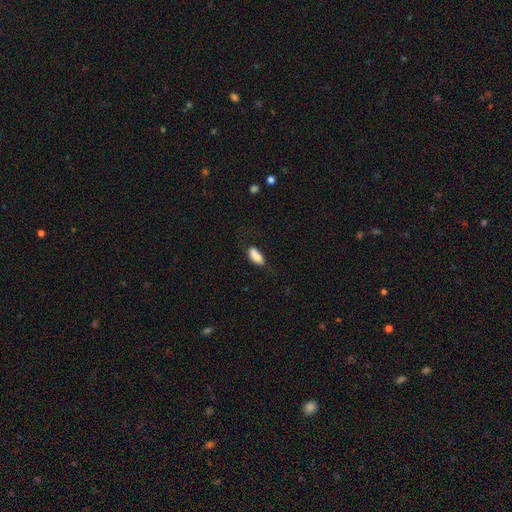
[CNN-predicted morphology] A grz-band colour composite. It shows a smooth galaxy with no disk features (85%) that is in between round and cigar-shaped (81%). Merging: none (58%).